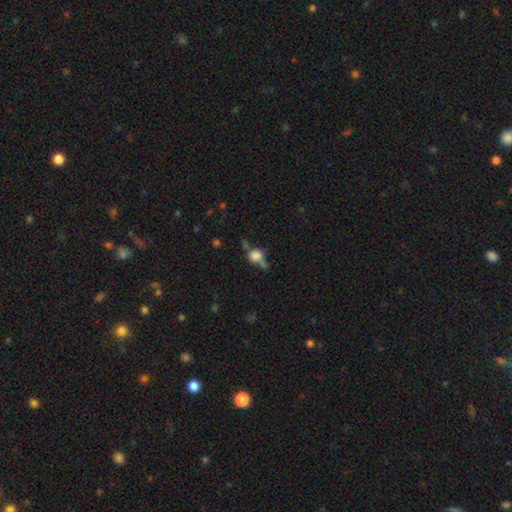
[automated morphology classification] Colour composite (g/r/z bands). It shows a smooth galaxy with no disk features (70%) that is round (74%). Merging: none (42%).